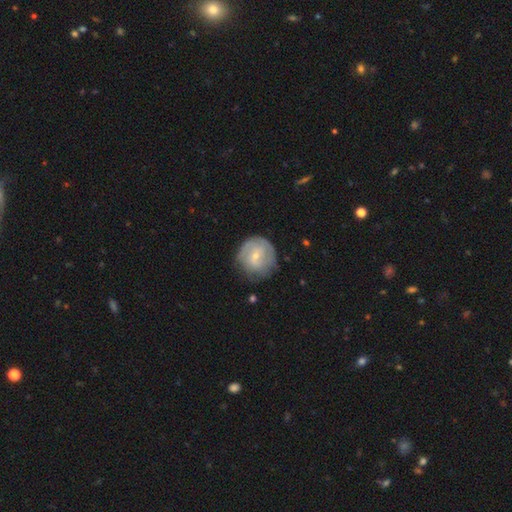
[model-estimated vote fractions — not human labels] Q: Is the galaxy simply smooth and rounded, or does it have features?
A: featured or disk — 54%.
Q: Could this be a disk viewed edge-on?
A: no — 97%.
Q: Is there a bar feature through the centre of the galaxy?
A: no — 48%.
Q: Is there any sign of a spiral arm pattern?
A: yes — 70%.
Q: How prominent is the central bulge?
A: small — 70%.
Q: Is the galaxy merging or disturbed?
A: none — 67%.